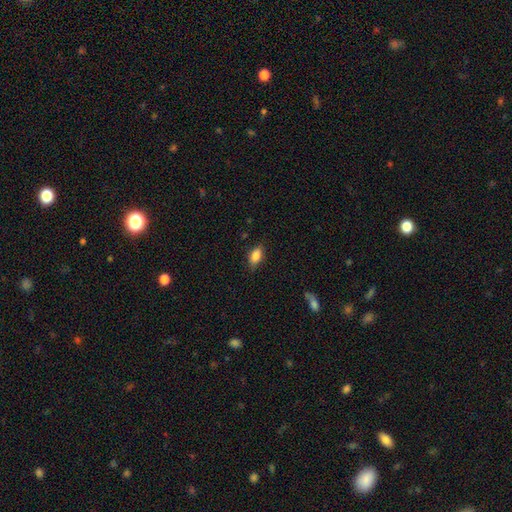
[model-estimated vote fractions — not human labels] Smooth or featured: smooth — 85% (star or artifact — 8%)
How rounded: in between — 87% (cigar-shaped — 7%)
Merging: none — 80% (minor disturbance — 16%)